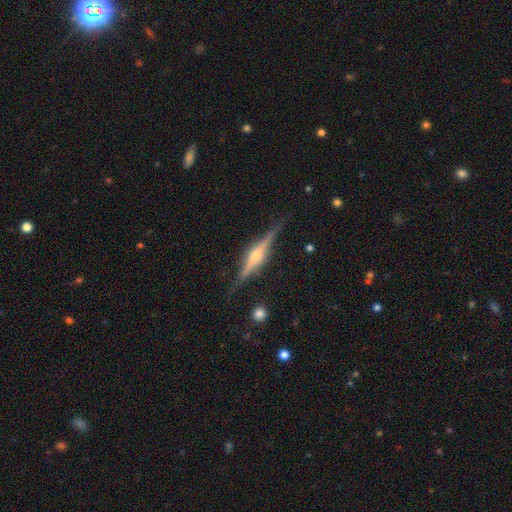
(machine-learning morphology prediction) Smooth or featured? Predicted: featured or disk (p=0.84). Edge-on disk? Predicted: yes (p=0.98). Edge-on bulge? Predicted: rounded (p=0.89). Merging? Predicted: none (p=0.87).